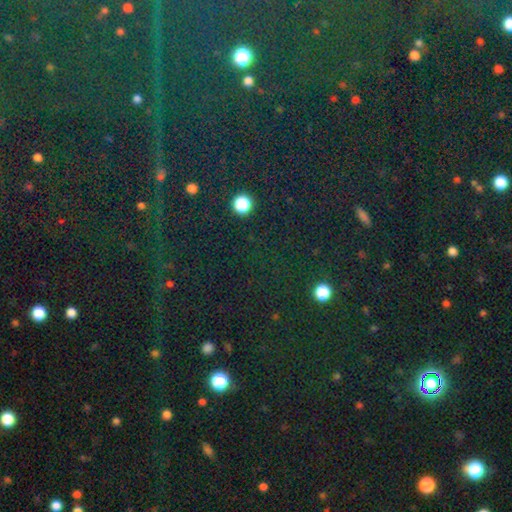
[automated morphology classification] Smooth or featured? Predicted: star or artifact (p=0.77).